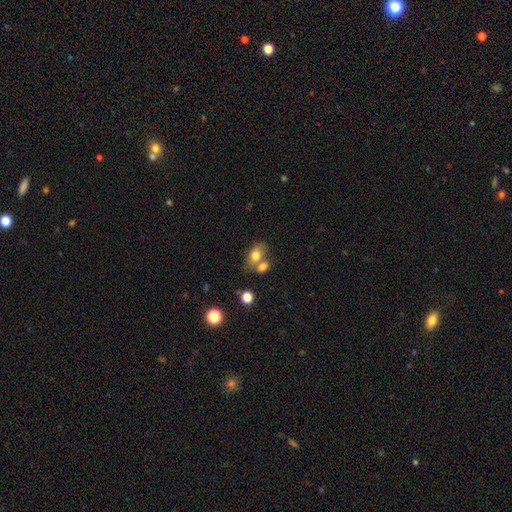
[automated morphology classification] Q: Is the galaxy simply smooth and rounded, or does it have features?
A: smooth — 76%.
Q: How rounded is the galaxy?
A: in between — 76%.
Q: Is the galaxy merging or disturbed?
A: merger — 42%.